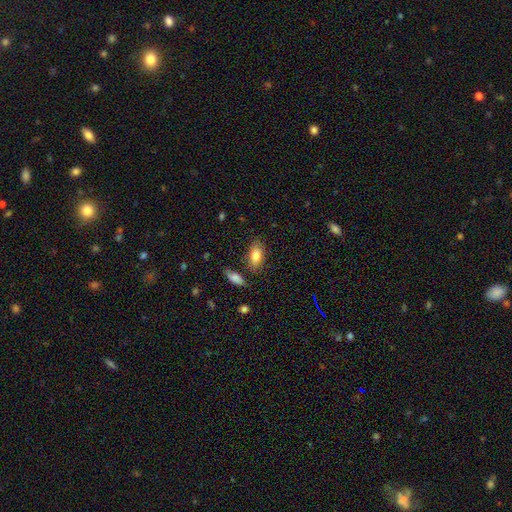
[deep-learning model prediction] Smooth or featured: smooth — 82% (featured or disk — 11%)
How rounded: in between — 90% (round — 5%)
Merging: none — 80% (minor disturbance — 13%)